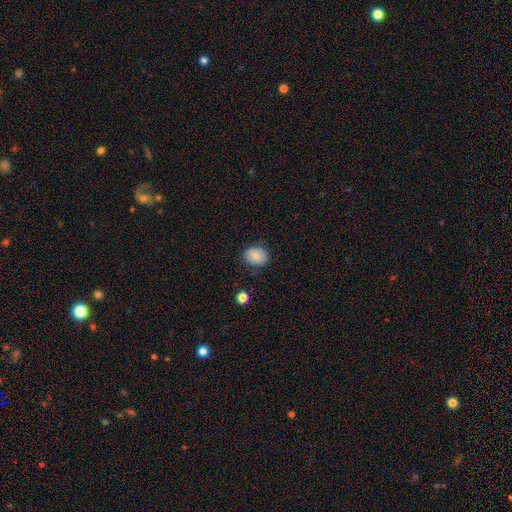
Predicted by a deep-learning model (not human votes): A smooth galaxy with no disk features (78%) that is in between round and cigar-shaped (50%). Merging: none (81%).